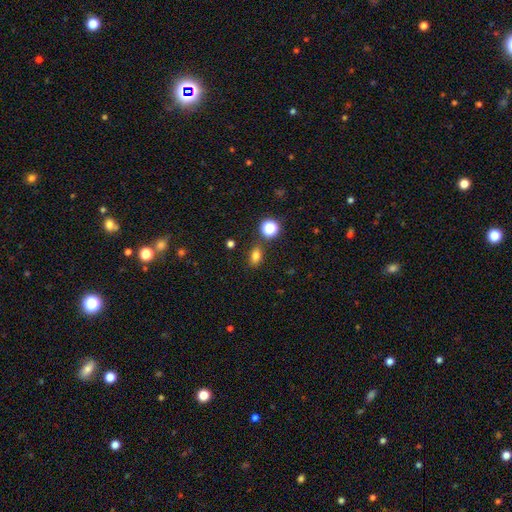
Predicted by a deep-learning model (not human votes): This appears to be a smooth galaxy with no disk features (78%) that is in between round and cigar-shaped (76%). Merging: none (80%).